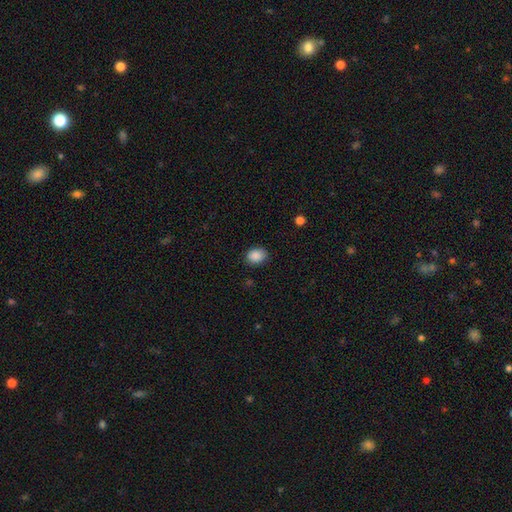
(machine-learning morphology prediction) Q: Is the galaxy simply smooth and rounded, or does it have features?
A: smooth — 88%.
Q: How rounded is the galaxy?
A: in between — 54%.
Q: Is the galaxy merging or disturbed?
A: none — 83%.